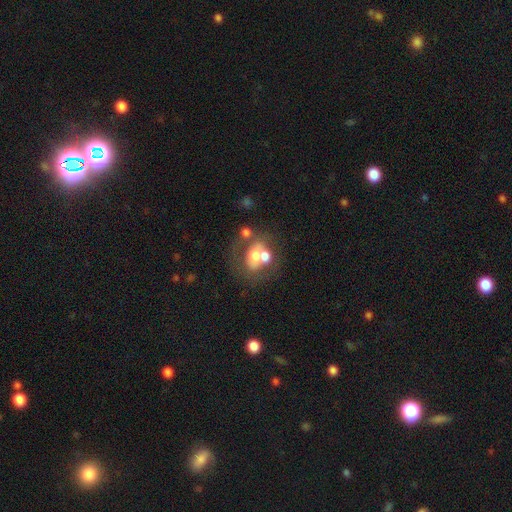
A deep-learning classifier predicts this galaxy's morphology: Smooth or featured?
  - smooth: 51% *
  - featured or disk: 38%
  - star or artifact: 12%
How rounded?
  - in between: 54% *
  - round: 45%
  - cigar-shaped: 1%
Merging?
  - merger: 48% *
  - none: 29%
  - minor disturbance: 12%
  - major disturbance: 11%